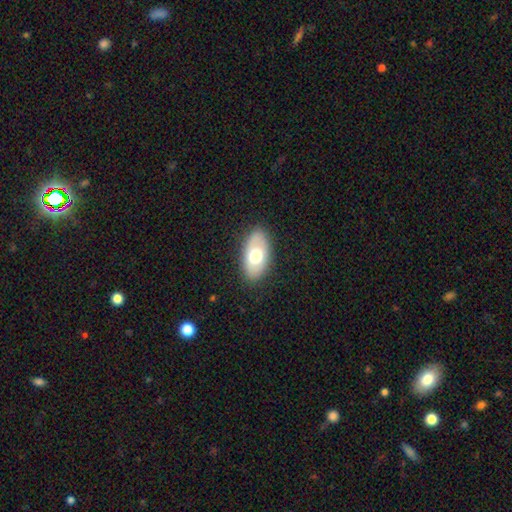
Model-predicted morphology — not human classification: Overall: smooth (62%; featured or disk 31%). How rounded: in between (92%). Merging: none (85%).